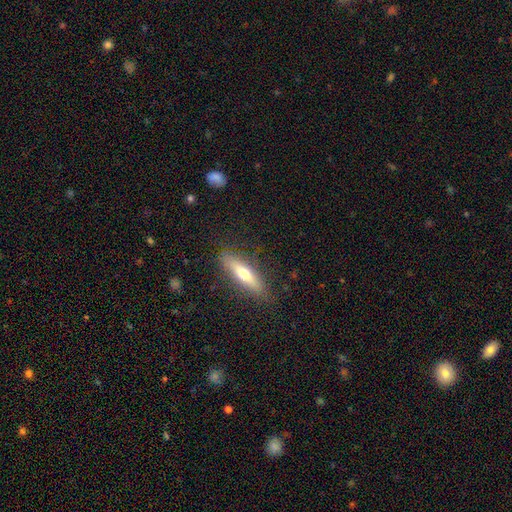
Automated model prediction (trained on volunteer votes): featured or disk 48%, smooth 43%, star or artifact 8%. Down the decision tree: merging — none (87%).